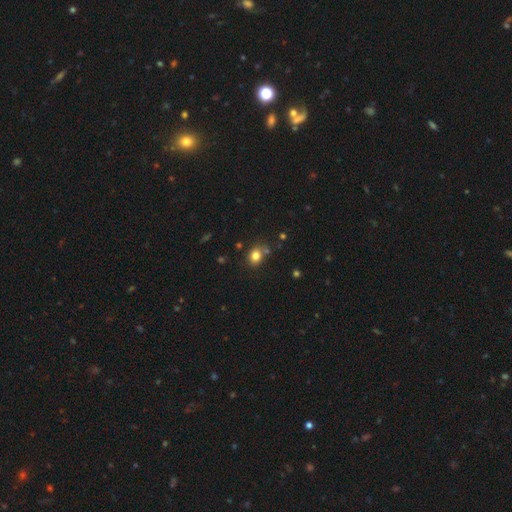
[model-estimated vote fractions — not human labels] Smooth or featured? Predicted: smooth (p=0.80). How rounded? Predicted: round (p=0.57). Merging? Predicted: none (p=0.70).